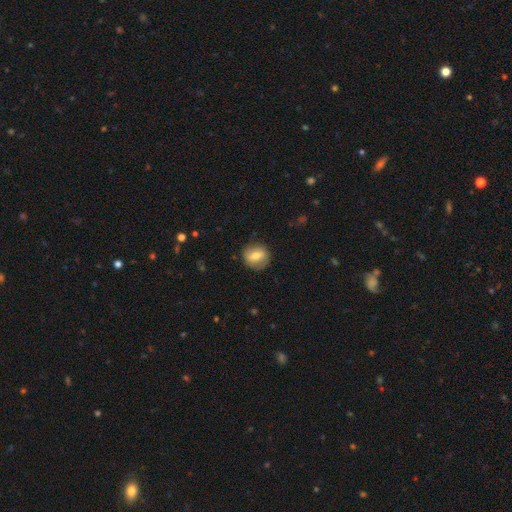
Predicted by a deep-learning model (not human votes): Smooth or featured? smooth (61%)
How rounded? round (76%)
Merging? none (82%)